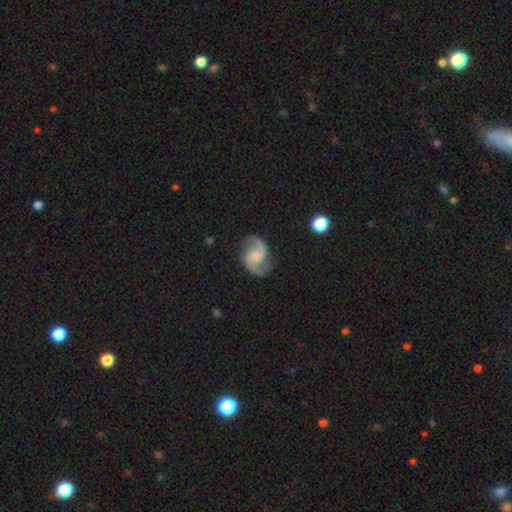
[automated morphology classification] Q: Smooth or featured?
A: featured or disk (89%); runner-up: smooth (6%)
Q: Edge-on disk?
A: no (98%); runner-up: yes (2%)
Q: Bar?
A: no (54%); runner-up: weak (38%)
Q: Spiral arms?
A: yes (98%); runner-up: no (2%)
Q: Spiral winding?
A: medium (54%); runner-up: loose (33%)
Q: Spiral arm count?
A: 2 (94%); runner-up: can't tell (2%)
Q: Bulge size?
A: small (36%); runner-up: none (30%)
Q: Merging?
A: none (83%); runner-up: minor disturbance (12%)